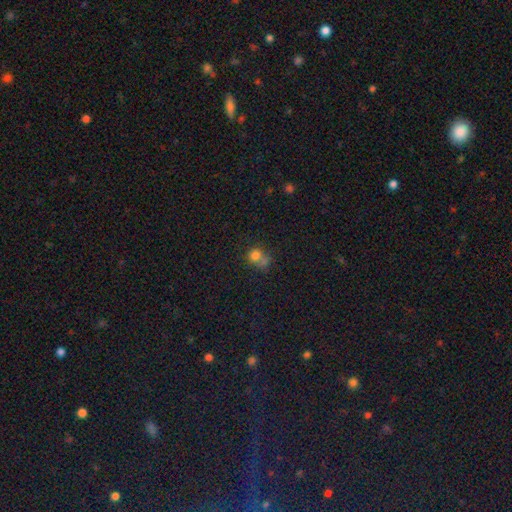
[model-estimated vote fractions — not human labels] Smooth or featured? smooth (76%)
How rounded? round (79%)
Merging? none (41%)